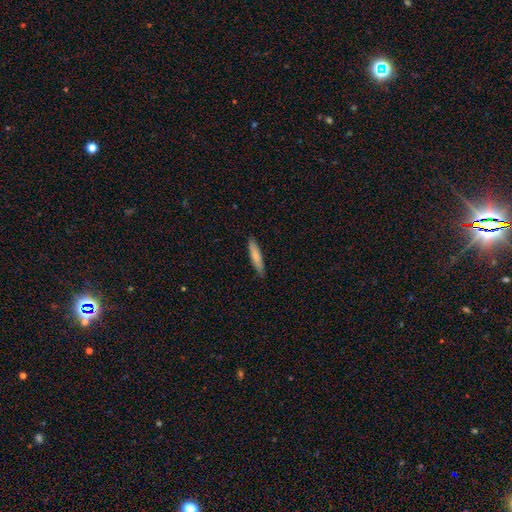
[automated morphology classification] Q: Smooth or featured?
A: smooth (77%); runner-up: featured or disk (17%)
Q: How rounded?
A: cigar-shaped (84%); runner-up: in between (15%)
Q: Merging?
A: none (88%); runner-up: minor disturbance (9%)